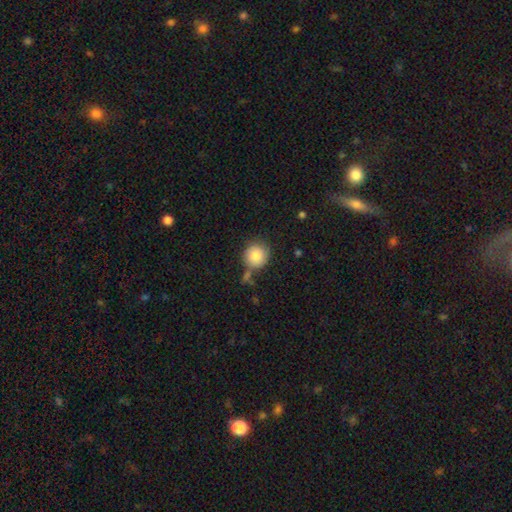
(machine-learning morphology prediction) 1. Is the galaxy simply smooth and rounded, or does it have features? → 83% smooth, 9% featured or disk, 8% star or artifact.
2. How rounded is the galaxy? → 93% round, 6% in between, 1% cigar-shaped.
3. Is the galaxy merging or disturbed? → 68% none, 16% minor disturbance, 11% merger, 5% major disturbance.